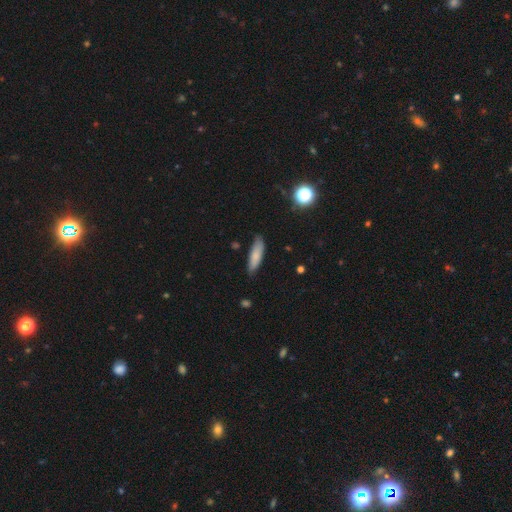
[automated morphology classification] Overall: smooth (81%). How rounded: cigar-shaped (58%; in between 40%). Merging: none (81%).